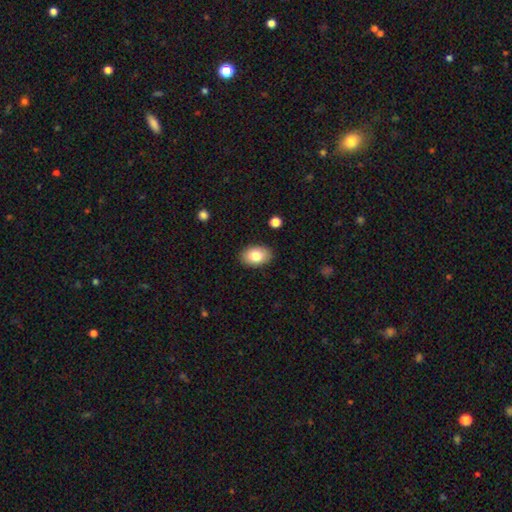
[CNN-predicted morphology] Smooth or featured? smooth (81%)
How rounded? in between (85%)
Merging? none (88%)